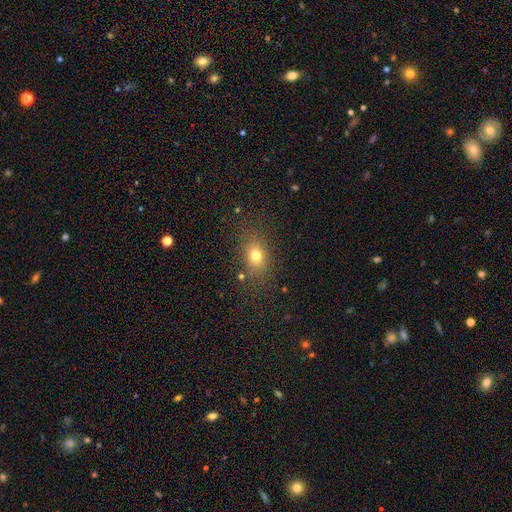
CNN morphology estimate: type=smooth (73%); roundness=in between (63%); merging=none (80%).